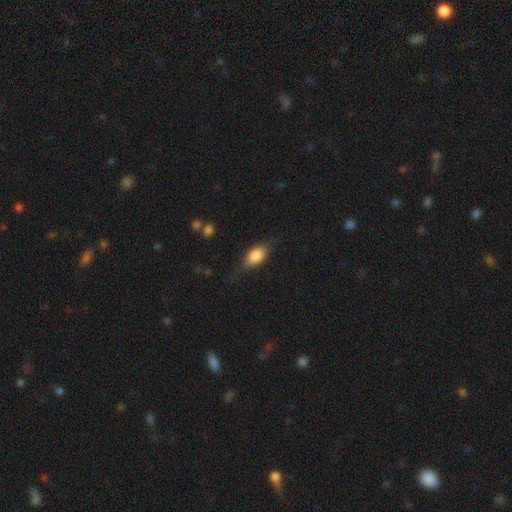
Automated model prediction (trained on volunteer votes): Smooth or featured? smooth (73%)
How rounded? in between (83%)
Merging? none (63%)